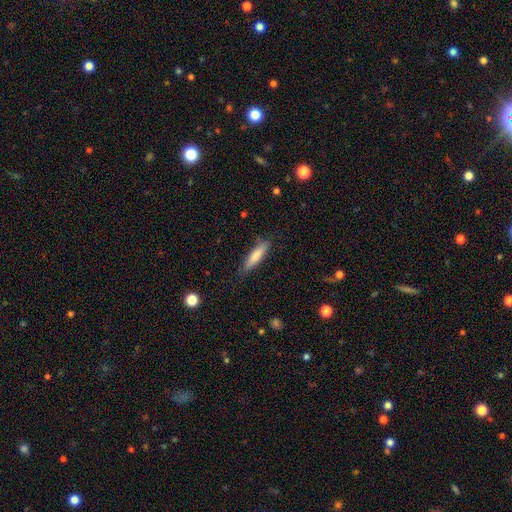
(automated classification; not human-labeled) This is likely a smooth galaxy (63%). How rounded: clearly cigar-shaped (83%). Merging: clearly none (82%).